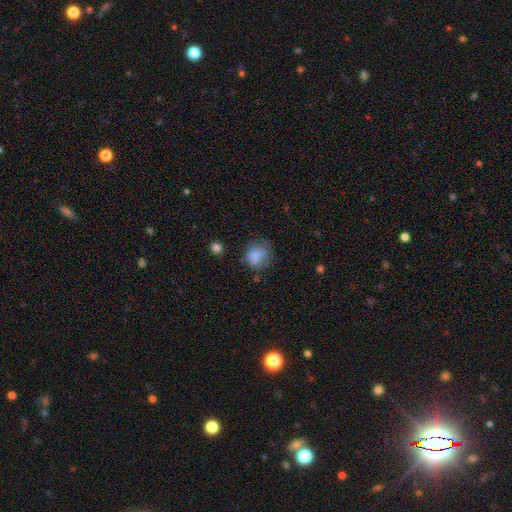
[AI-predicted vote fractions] A smooth galaxy with no disk features (76%) that is round (59%).

Vote fractions:
- Smooth or featured? smooth: 76% / featured or disk: 13% / star or artifact: 11%
- How rounded? round: 59% / in between: 39% / cigar-shaped: 1%
- Merging? none: 51% / minor disturbance: 28% / major disturbance: 17% / merger: 4%